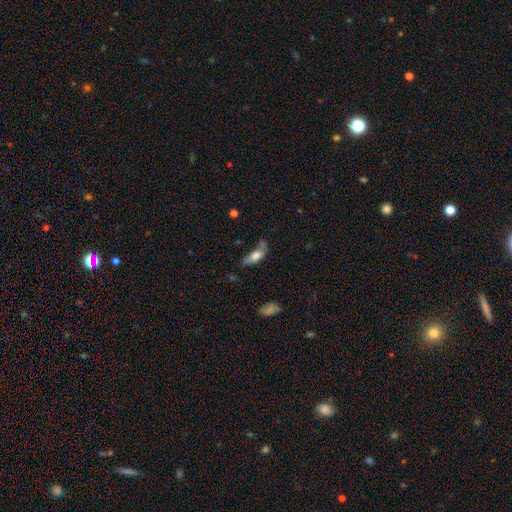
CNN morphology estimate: The model was most divided on "merging": none: 38%, minor disturbance: 30%, major disturbance: 20%, merger: 12%. More confident: how rounded — in between (74%); smooth or featured — smooth (65%).